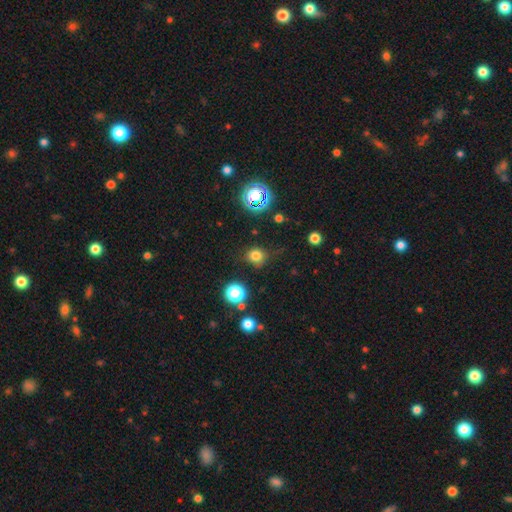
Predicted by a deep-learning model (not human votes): Smooth or featured?
  - smooth: 75% *
  - star or artifact: 19%
  - featured or disk: 6%
How rounded?
  - round: 81% *
  - in between: 18%
  - cigar-shaped: 1%
Merging?
  - none: 73% *
  - minor disturbance: 17%
  - major disturbance: 6%
  - merger: 3%